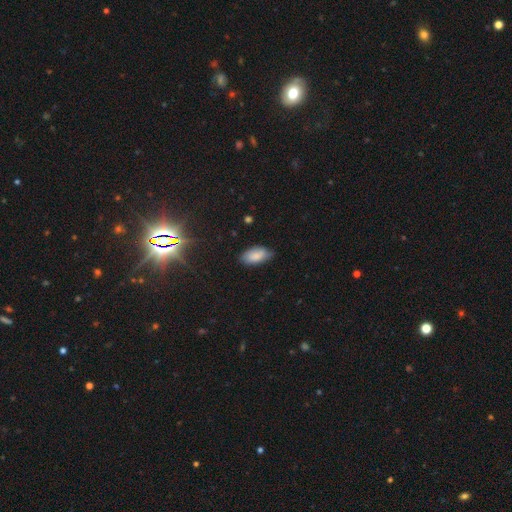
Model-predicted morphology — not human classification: Q: Smooth or featured?
A: smooth (82%); runner-up: featured or disk (10%)
Q: How rounded?
A: in between (93%); runner-up: cigar-shaped (5%)
Q: Merging?
A: none (70%); runner-up: minor disturbance (25%)